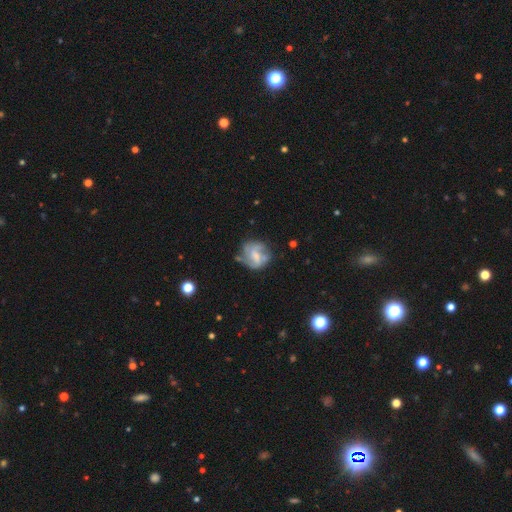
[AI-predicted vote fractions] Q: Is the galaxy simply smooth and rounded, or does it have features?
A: featured or disk — 62%.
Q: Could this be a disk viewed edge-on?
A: no — 97%.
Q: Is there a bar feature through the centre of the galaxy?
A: weak — 44%.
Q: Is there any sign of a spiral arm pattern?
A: yes — 67%.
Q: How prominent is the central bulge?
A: moderate — 36%.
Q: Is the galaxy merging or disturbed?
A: none — 52%.